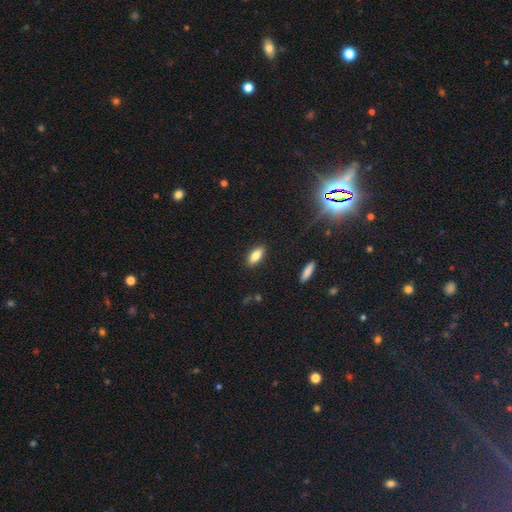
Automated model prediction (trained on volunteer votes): Q: Smooth or featured?
A: smooth (79%); runner-up: featured or disk (13%)
Q: How rounded?
A: in between (81%); runner-up: cigar-shaped (17%)
Q: Merging?
A: none (89%); runner-up: minor disturbance (8%)